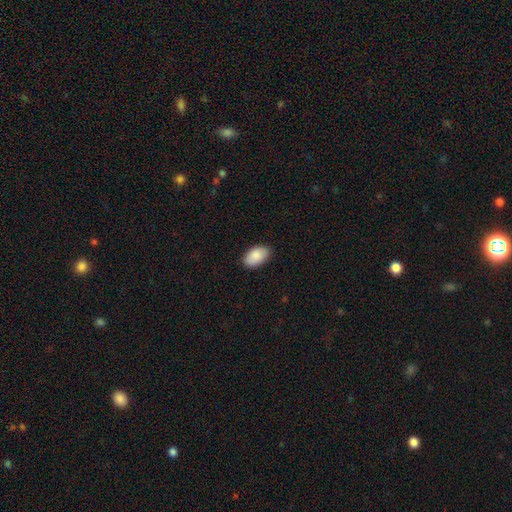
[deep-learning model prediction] This is clearly a smooth galaxy (88%). How rounded: clearly in between (94%). Merging: clearly none (87%).